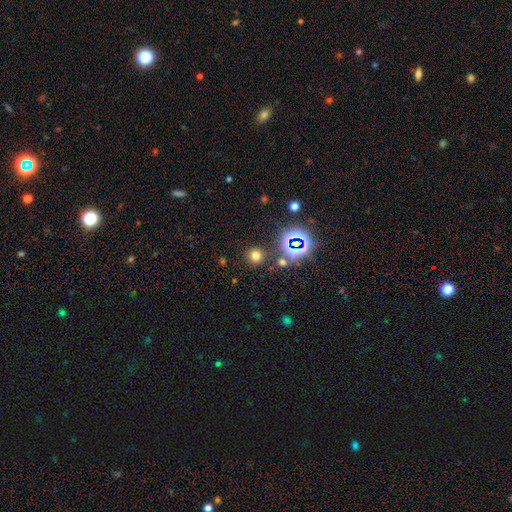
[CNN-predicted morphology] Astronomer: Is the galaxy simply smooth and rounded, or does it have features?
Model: smooth — 66%.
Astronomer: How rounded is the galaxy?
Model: round — 90%.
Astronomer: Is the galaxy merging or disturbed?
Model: none — 85%.